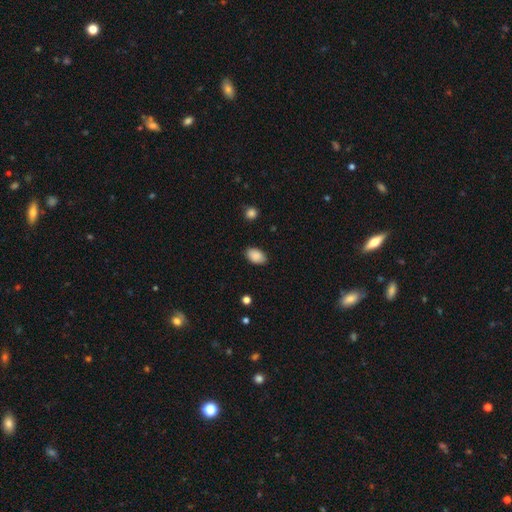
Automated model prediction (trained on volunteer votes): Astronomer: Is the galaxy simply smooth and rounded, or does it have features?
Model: smooth — 89%.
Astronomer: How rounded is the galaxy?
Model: in between — 89%.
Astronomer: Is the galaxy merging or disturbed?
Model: none — 86%.